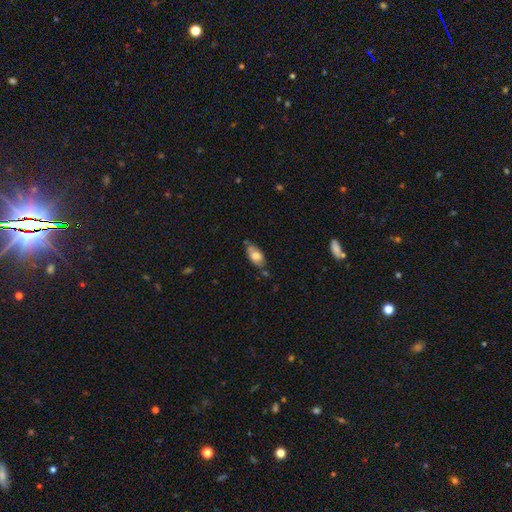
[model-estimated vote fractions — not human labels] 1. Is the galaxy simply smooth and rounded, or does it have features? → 74% smooth, 19% featured or disk, 7% star or artifact.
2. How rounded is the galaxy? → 90% in between, 6% cigar-shaped, 4% round.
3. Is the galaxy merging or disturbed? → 62% none, 26% minor disturbance, 7% merger, 5% major disturbance.